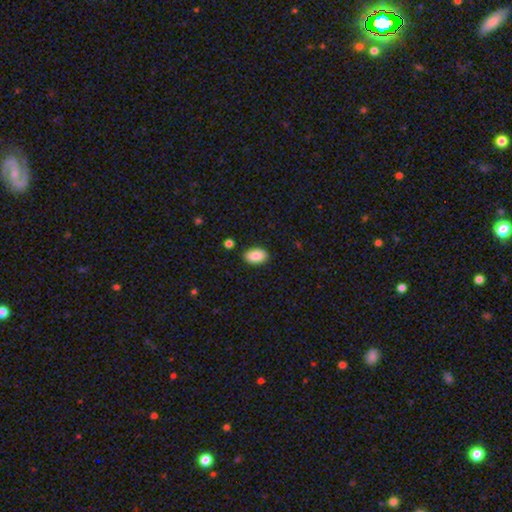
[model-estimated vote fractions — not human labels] Morphology: type=smooth (87%); roundness=in between (92%); merging=none (88%).